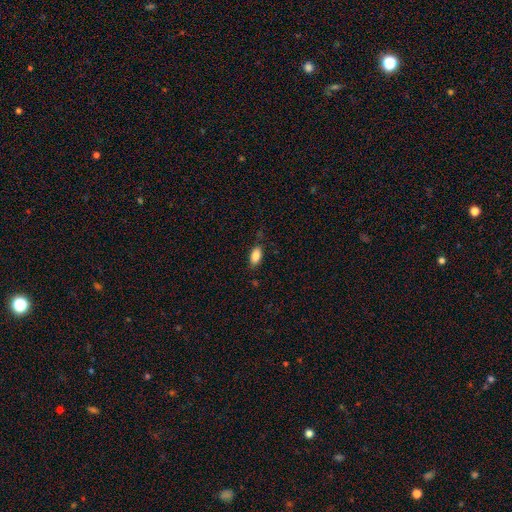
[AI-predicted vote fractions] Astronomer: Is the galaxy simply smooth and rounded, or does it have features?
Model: smooth — 86%.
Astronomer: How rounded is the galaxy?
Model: in between — 91%.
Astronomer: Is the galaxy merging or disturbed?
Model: none — 79%.